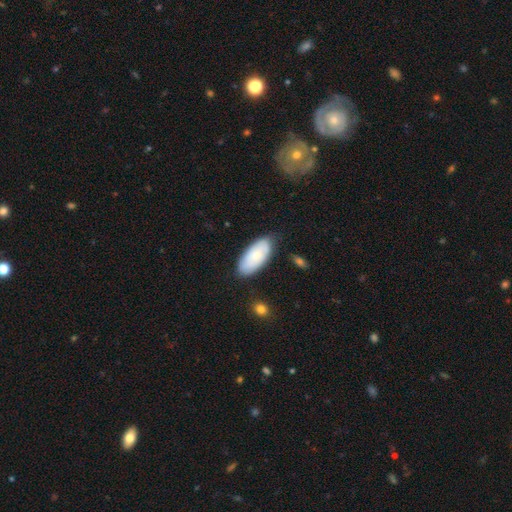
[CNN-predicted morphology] smooth 72%, featured or disk 22%, star or artifact 6%. Down the decision tree: how rounded — in between (91%); merging — none (77%).